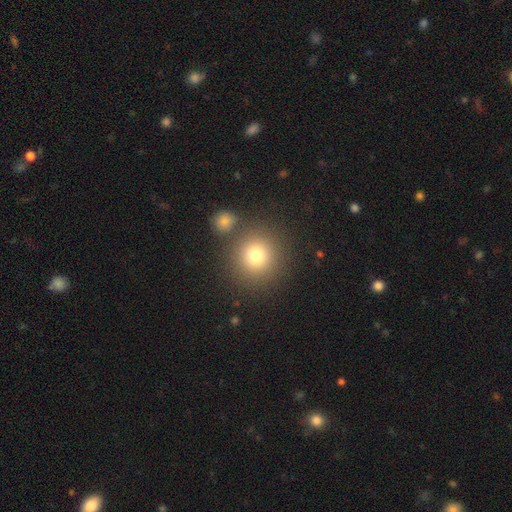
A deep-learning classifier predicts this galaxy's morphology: smooth 77%, star or artifact 14%, featured or disk 9%. Down the decision tree: how rounded — round (93%); merging — none (79%).